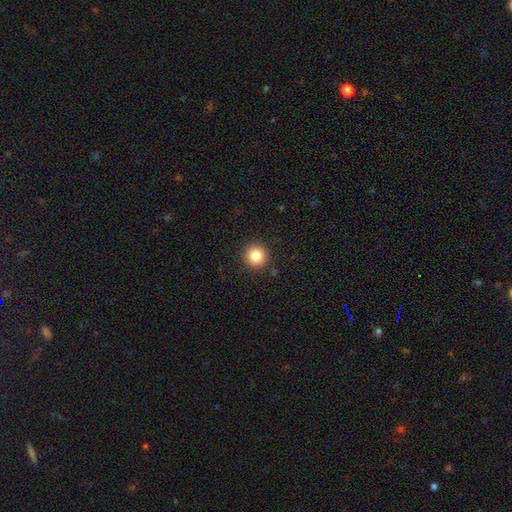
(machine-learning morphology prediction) This appears to be a smooth galaxy with no disk features (85%) that is round (95%). Merging: none (92%).